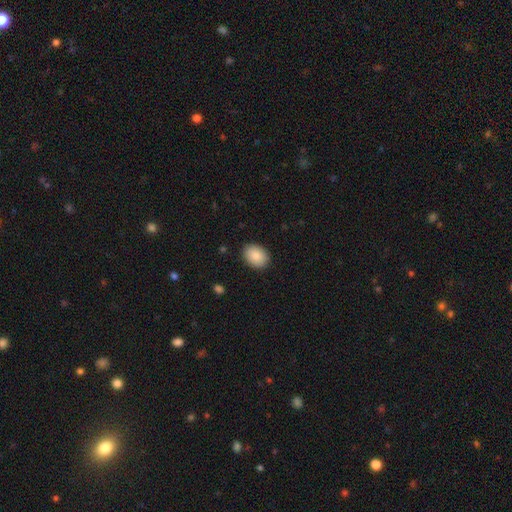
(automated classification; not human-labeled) smooth_or_featured: smooth (p=0.88) [alt: star or artifact p=0.07]
how_rounded: in between (p=0.73) [alt: round p=0.26]
merging: none (p=0.89) [alt: minor disturbance p=0.08]